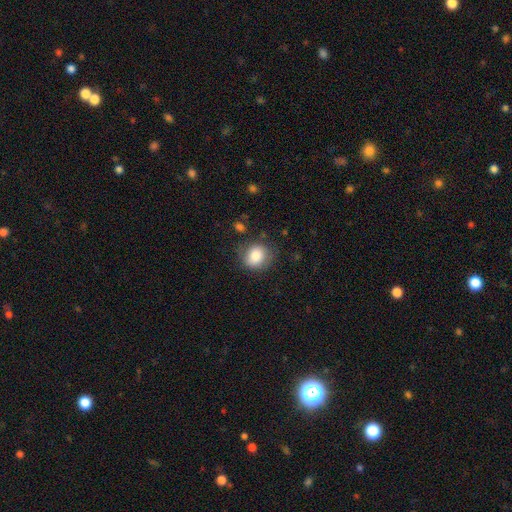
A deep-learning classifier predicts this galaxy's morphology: A smooth galaxy with no disk features (82%) that is round (70%).

Vote fractions:
- Smooth or featured? smooth: 82% / featured or disk: 9% / star or artifact: 9%
- How rounded? round: 70% / in between: 29% / cigar-shaped: 1%
- Merging? none: 76% / minor disturbance: 16% / major disturbance: 5% / merger: 2%